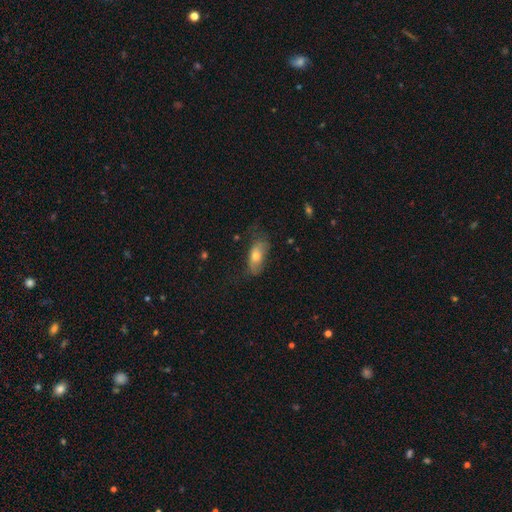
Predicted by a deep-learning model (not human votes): Smooth or featured? Predicted: smooth (p=0.66). How rounded? Predicted: in between (p=0.78). Merging? Predicted: none (p=0.57).